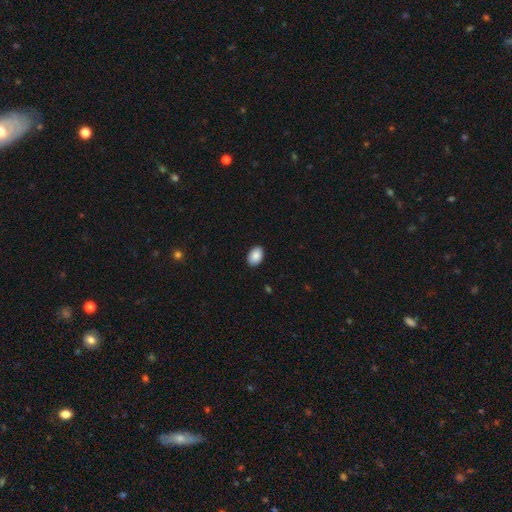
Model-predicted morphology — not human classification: A smooth galaxy with no disk features (89%) that is in between round and cigar-shaped (87%).

Vote fractions:
- Smooth or featured? smooth: 89% / star or artifact: 7% / featured or disk: 4%
- How rounded? in between: 87% / round: 12% / cigar-shaped: 1%
- Merging? none: 89% / minor disturbance: 8% / major disturbance: 2% / merger: 1%